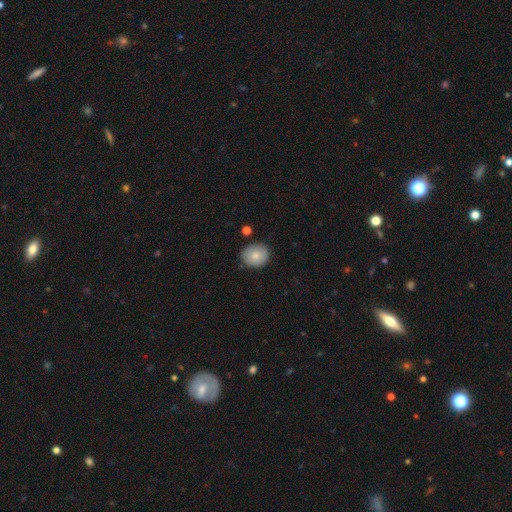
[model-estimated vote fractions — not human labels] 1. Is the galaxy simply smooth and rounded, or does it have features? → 82% smooth, 10% featured or disk, 8% star or artifact.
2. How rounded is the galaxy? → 77% round, 22% in between, 1% cigar-shaped.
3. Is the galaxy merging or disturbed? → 83% none, 12% minor disturbance, 3% merger, 2% major disturbance.